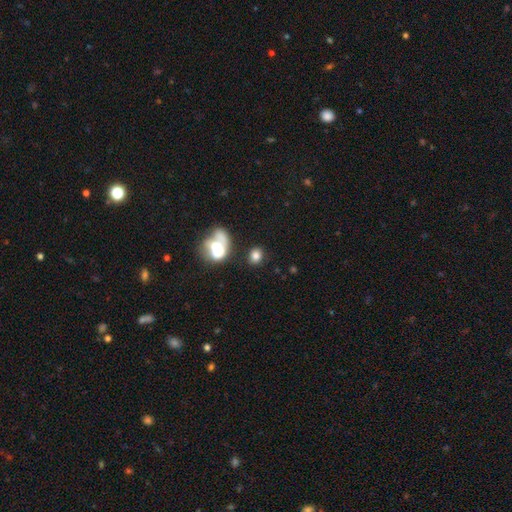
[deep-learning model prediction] Smooth or featured?
  - smooth: 77% *
  - featured or disk: 12%
  - star or artifact: 11%
How rounded?
  - round: 55% *
  - in between: 43%
  - cigar-shaped: 1%
Merging?
  - none: 61% *
  - merger: 18%
  - minor disturbance: 14%
  - major disturbance: 8%